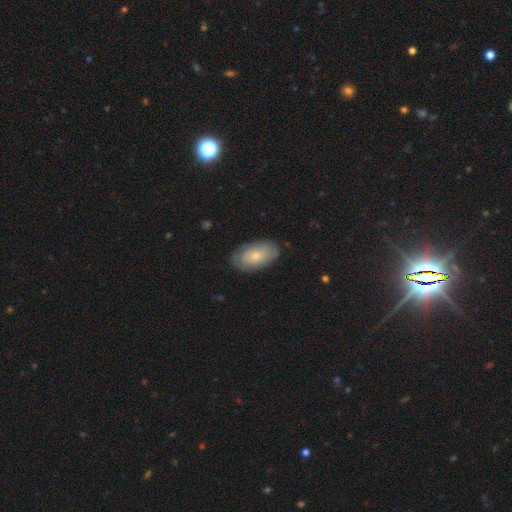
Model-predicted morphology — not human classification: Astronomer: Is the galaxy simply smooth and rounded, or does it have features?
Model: smooth — 67%.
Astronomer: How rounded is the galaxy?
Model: in between — 94%.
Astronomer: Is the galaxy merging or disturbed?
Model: none — 80%.